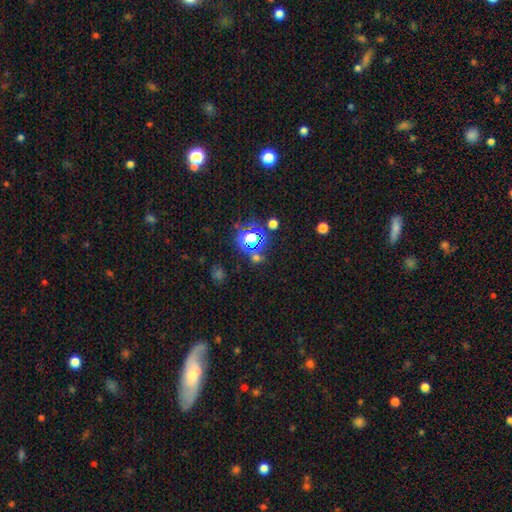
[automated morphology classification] A star or artifact, not a galaxy (67%).